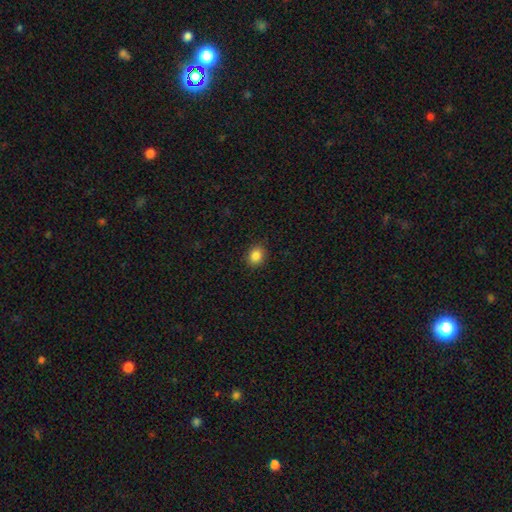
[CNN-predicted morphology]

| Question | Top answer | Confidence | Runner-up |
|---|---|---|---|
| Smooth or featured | smooth | 86% | star or artifact (10%) |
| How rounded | round | 60% | in between (39%) |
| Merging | none | 88% | minor disturbance (8%) |